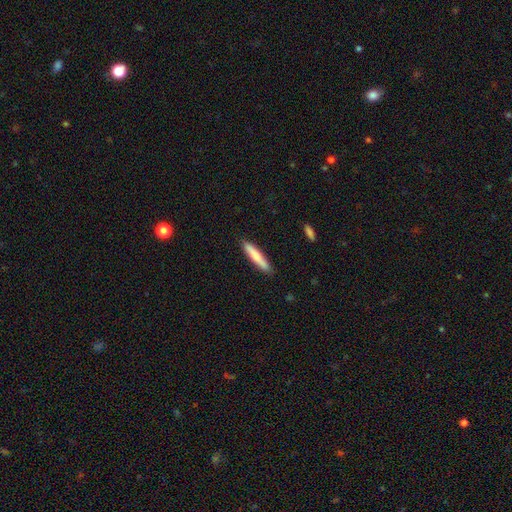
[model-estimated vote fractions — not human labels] smooth 77%, featured or disk 18%, star or artifact 5%. Down the decision tree: how rounded — cigar-shaped (91%); merging — none (88%).